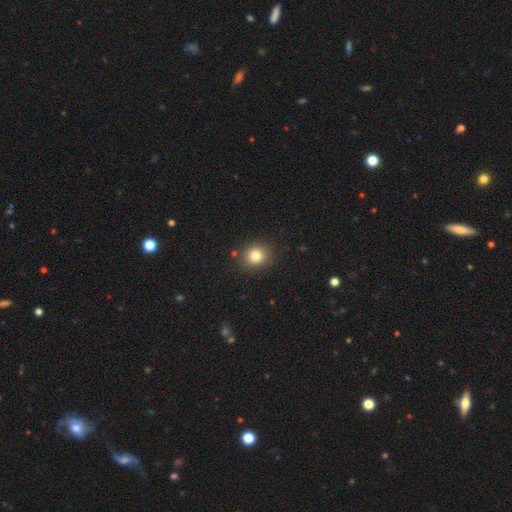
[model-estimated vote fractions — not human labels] smooth-or-featured: smooth: 81% | star or artifact: 12% | featured or disk: 7%
  how-rounded: round: 80% | in between: 19% | cigar-shaped: 1%
  merging: none: 85% | minor disturbance: 9% | major disturbance: 3% | merger: 3%